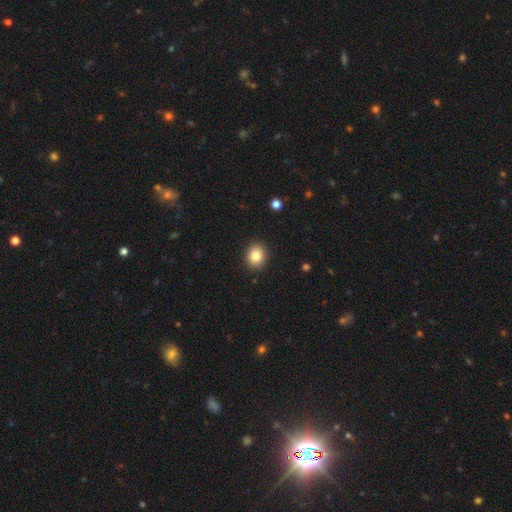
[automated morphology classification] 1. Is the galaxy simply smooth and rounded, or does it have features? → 84% smooth, 10% star or artifact, 7% featured or disk.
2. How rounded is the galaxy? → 62% round, 37% in between, 1% cigar-shaped.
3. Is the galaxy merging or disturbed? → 91% none, 6% minor disturbance, 2% major disturbance, 1% merger.